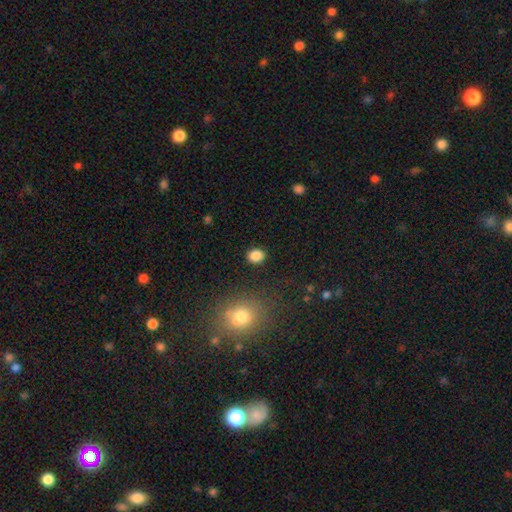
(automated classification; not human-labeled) Smooth or featured? smooth (86%)
How rounded? round (63%)
Merging? none (89%)